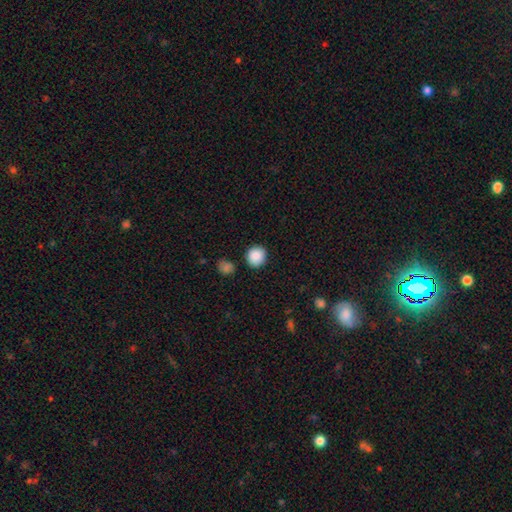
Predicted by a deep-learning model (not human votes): A smooth galaxy with no disk features (88%) that is round (87%).

Vote fractions:
- Smooth or featured? smooth: 88% / star or artifact: 8% / featured or disk: 3%
- How rounded? round: 87% / in between: 12% / cigar-shaped: 1%
- Merging? none: 87% / minor disturbance: 8% / merger: 3% / major disturbance: 2%